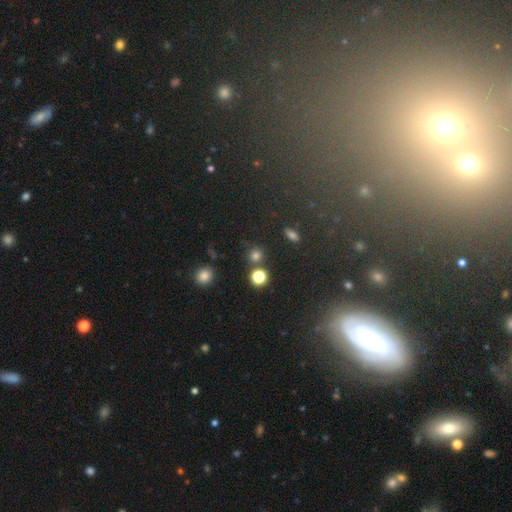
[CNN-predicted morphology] type=smooth (73%); roundness=round (90%); merging=none (80%).